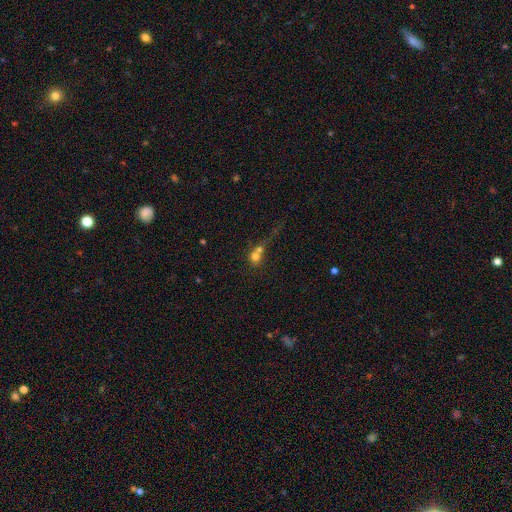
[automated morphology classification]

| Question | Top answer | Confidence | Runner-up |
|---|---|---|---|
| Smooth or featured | smooth | 65% | featured or disk (20%) |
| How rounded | round | 78% | in between (20%) |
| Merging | merger | 62% | none (24%) |